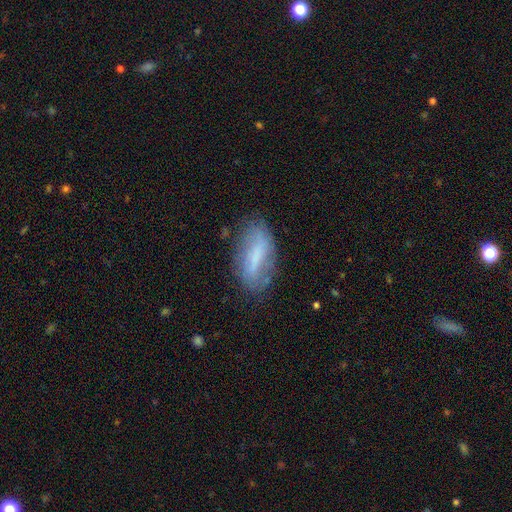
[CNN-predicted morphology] type=smooth (53%); roundness=in between (76%); merging=none (69%).